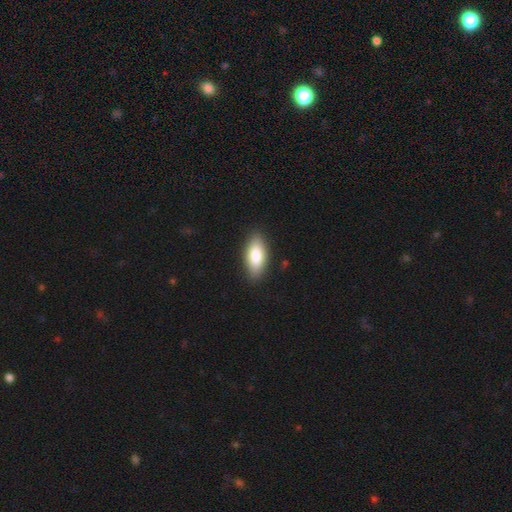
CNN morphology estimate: The model was most divided on "smooth or featured": smooth: 83%, featured or disk: 11%, star or artifact: 6%. More confident: merging — none (87%); how rounded — in between (86%).